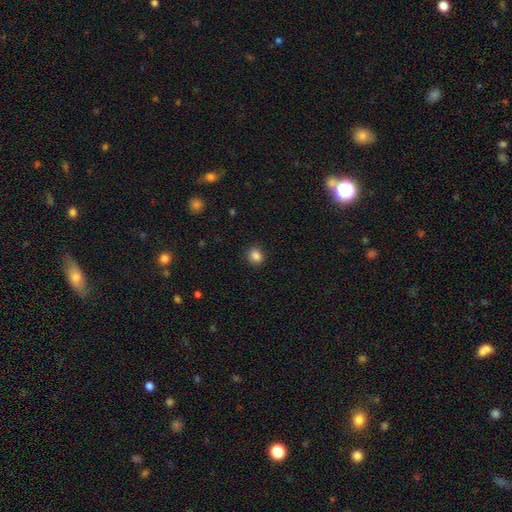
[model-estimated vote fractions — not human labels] Smooth or featured: smooth — 86% (star or artifact — 11%)
How rounded: round — 60% (in between — 39%)
Merging: none — 88% (minor disturbance — 9%)